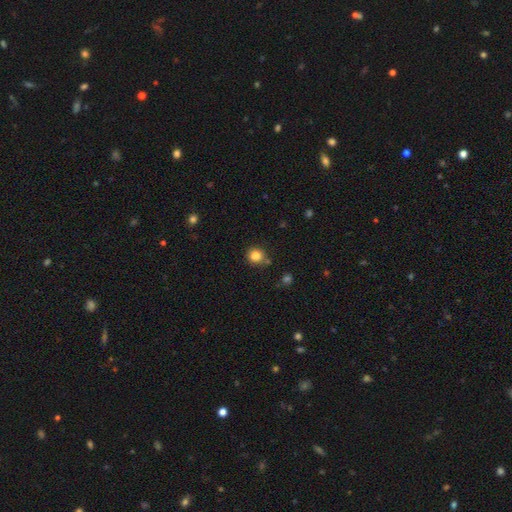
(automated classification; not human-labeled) Morphology: type=smooth (84%); roundness=round (88%); merging=none (80%).